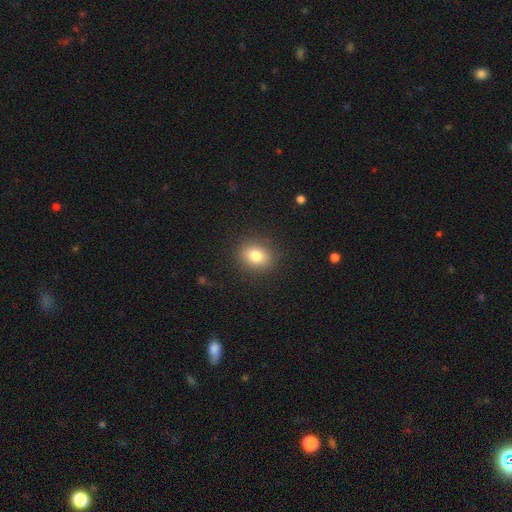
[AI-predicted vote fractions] A smooth galaxy with no disk features (81%) that is round (56%).

Vote fractions:
- Smooth or featured? smooth: 81% / star or artifact: 10% / featured or disk: 9%
- How rounded? round: 56% / in between: 43% / cigar-shaped: 1%
- Merging? none: 88% / minor disturbance: 8% / major disturbance: 3% / merger: 1%